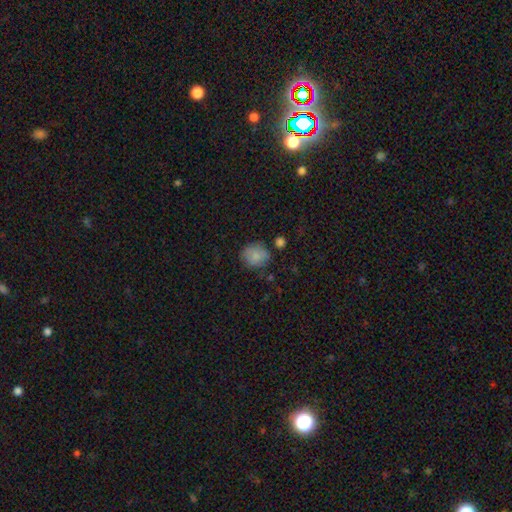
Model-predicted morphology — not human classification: smooth 80%, featured or disk 11%, star or artifact 9%. Down the decision tree: how rounded — round (75%); merging — none (66%).